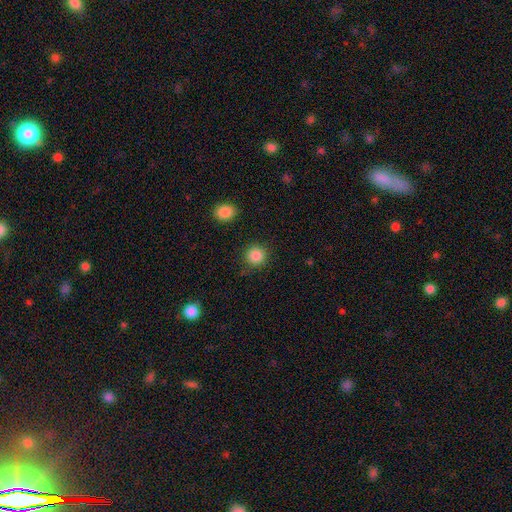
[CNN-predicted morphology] A smooth galaxy with no disk features (87%) that is round (92%).

Vote fractions:
- Smooth or featured? smooth: 87% / star or artifact: 10% / featured or disk: 3%
- How rounded? round: 92% / in between: 7% / cigar-shaped: 1%
- Merging? none: 87% / minor disturbance: 8% / major disturbance: 3% / merger: 2%